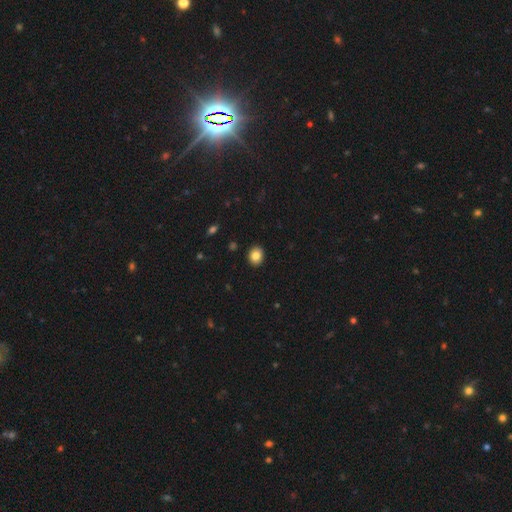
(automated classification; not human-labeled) Morphology: type=smooth (84%); roundness=round (64%); merging=none (91%).